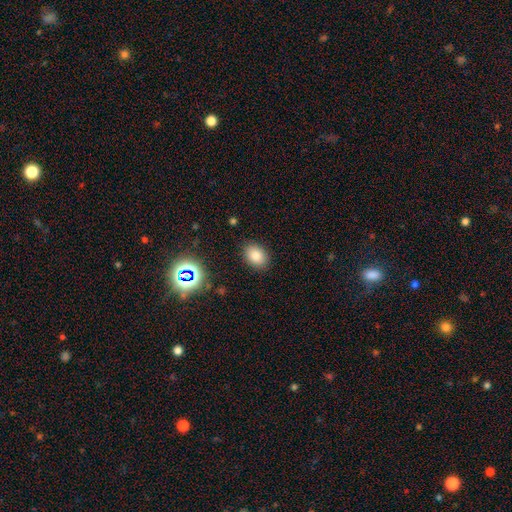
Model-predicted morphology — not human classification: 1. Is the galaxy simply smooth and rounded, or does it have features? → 78% smooth, 13% star or artifact, 8% featured or disk.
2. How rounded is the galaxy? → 66% in between, 34% round, 1% cigar-shaped.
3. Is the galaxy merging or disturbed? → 87% none, 9% minor disturbance, 3% major disturbance, 1% merger.